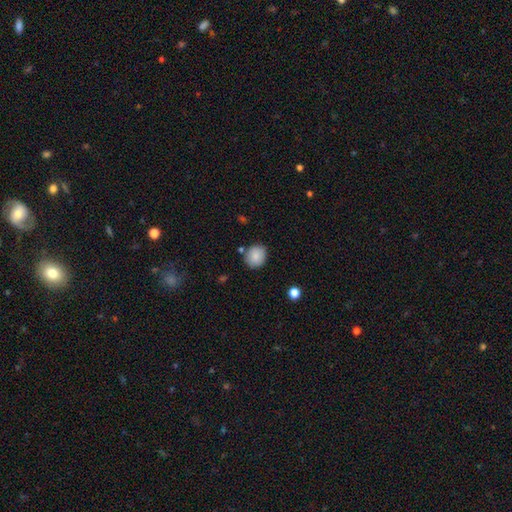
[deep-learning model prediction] A smooth galaxy with no disk features (87%) that is round (78%). Merging: none (81%).